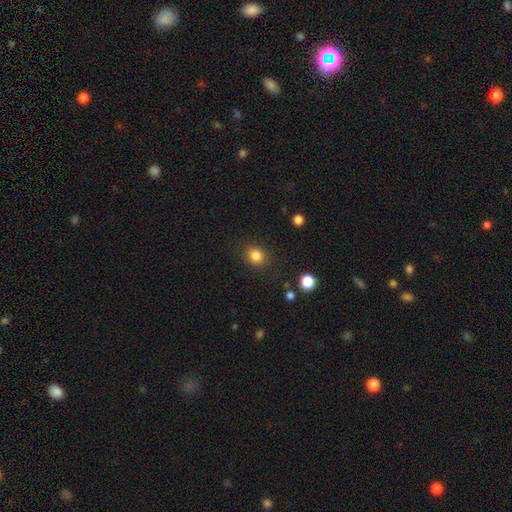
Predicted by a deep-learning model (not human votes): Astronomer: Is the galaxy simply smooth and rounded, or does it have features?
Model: smooth — 84%.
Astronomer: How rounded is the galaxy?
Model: round — 74%.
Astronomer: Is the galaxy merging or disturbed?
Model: none — 87%.